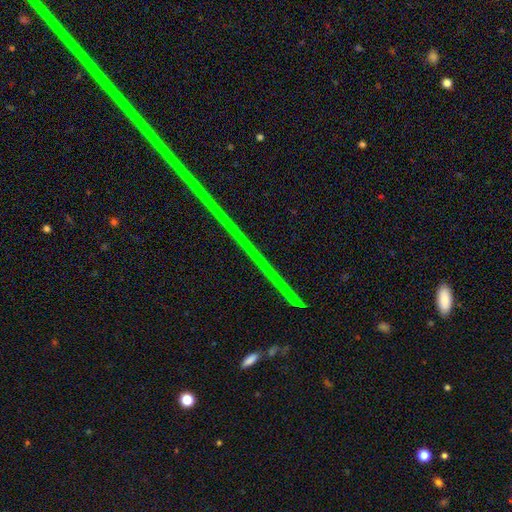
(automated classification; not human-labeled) smooth_or_featured: star or artifact (p=0.87) [alt: featured or disk p=0.08]